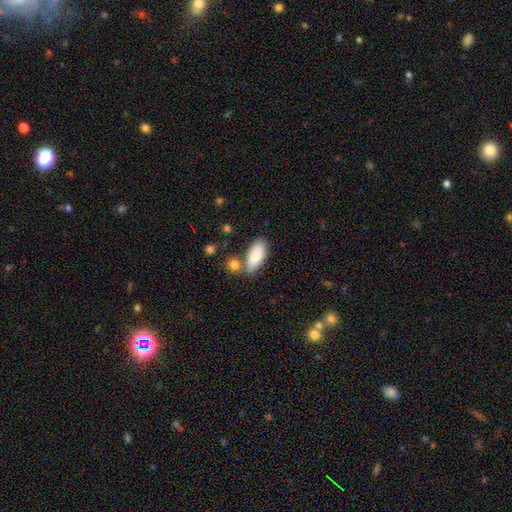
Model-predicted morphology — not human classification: This appears to be a smooth galaxy with no disk features (87%) that is in between round and cigar-shaped (87%). Merging: none (65%).